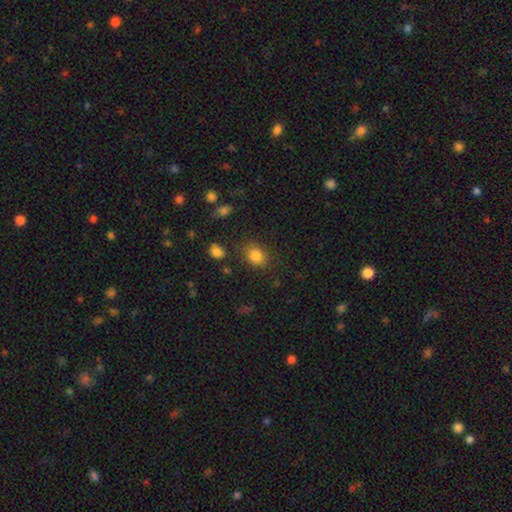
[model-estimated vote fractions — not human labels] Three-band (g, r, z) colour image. It shows a smooth galaxy with no disk features (83%) that is in between round and cigar-shaped (58%). Merging: none (77%).